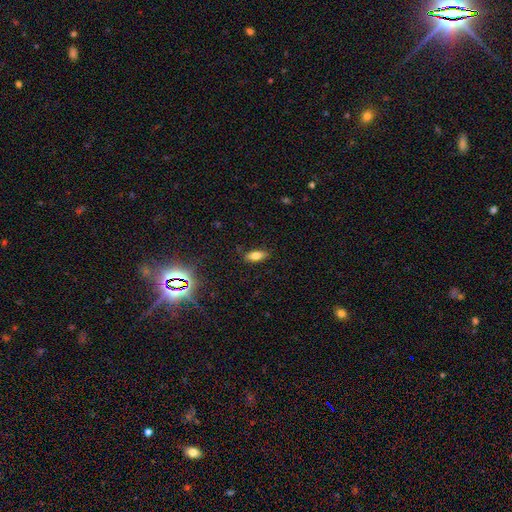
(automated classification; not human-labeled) smooth-or-featured: smooth: 75% | featured or disk: 14% | star or artifact: 11%
  how-rounded: in between: 80% | cigar-shaped: 17% | round: 3%
  merging: none: 86% | minor disturbance: 10% | major disturbance: 2% | merger: 1%